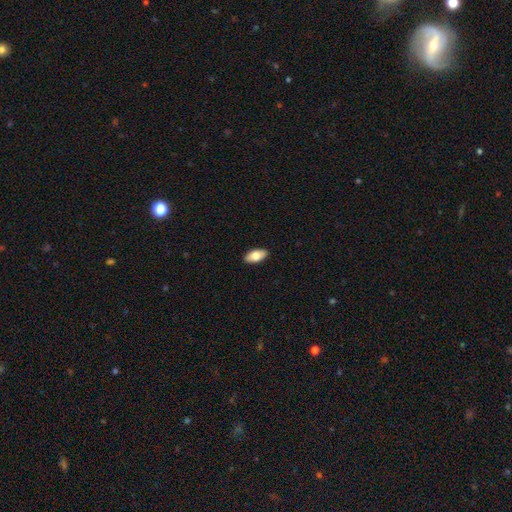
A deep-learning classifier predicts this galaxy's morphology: This is likely a smooth galaxy (80%). How rounded: clearly in between (92%). Merging: clearly none (90%).